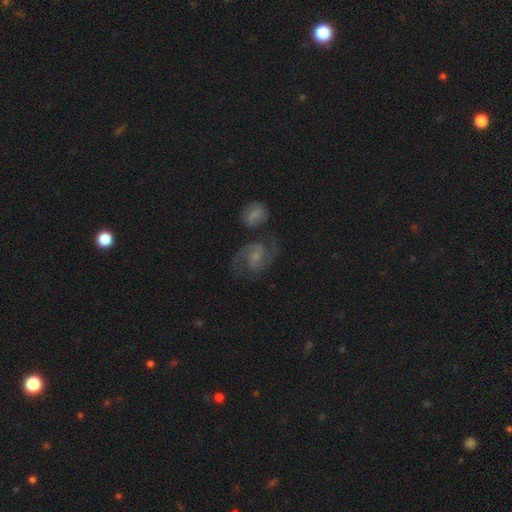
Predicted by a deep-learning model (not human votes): Smooth or featured? Predicted: featured or disk (p=0.81). Edge-on disk? Predicted: no (p=0.98). Bar? Predicted: weak (p=0.50). Spiral arms? Predicted: yes (p=0.95). Spiral winding? Predicted: medium (p=0.59). Spiral arm count? Predicted: 2 (p=0.91). Bulge size? Predicted: small (p=0.57). Merging? Predicted: none (p=0.60).